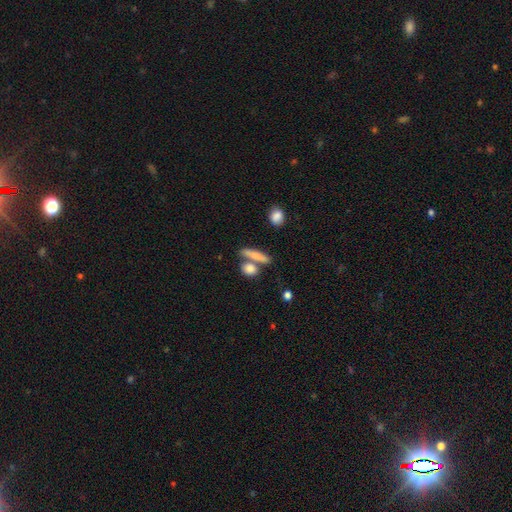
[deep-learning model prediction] This appears to be a smooth galaxy with no disk features (77%) that is cigar-shaped (48%). Merging: none (56%).